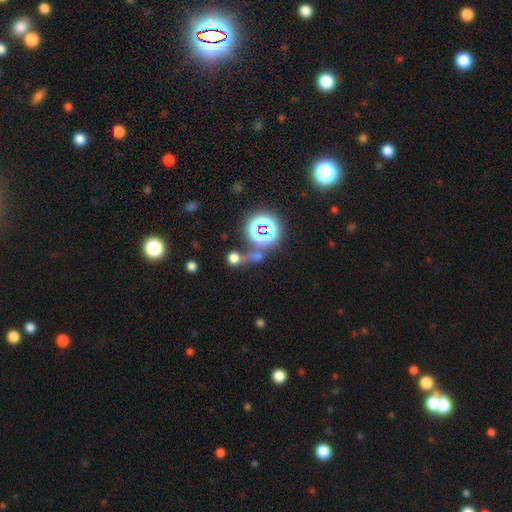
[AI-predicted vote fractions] The model was most divided on "smooth or featured": smooth: 45%, star or artifact: 44%, featured or disk: 11%. Remaining: merging — none (49%).